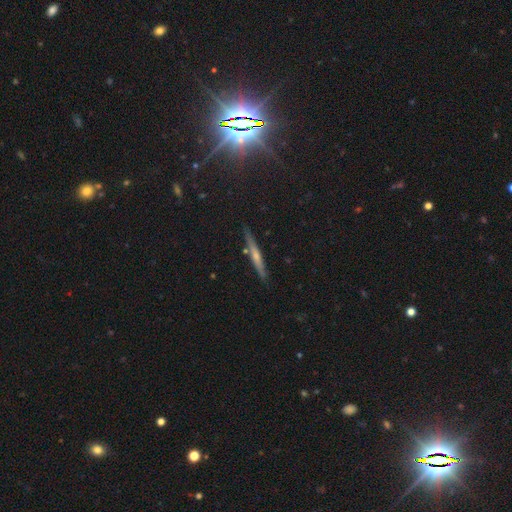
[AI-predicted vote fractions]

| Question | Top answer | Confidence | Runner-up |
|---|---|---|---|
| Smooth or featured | featured or disk | 52% | smooth (38%) |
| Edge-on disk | yes | 95% | no (5%) |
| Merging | none | 86% | minor disturbance (10%) |